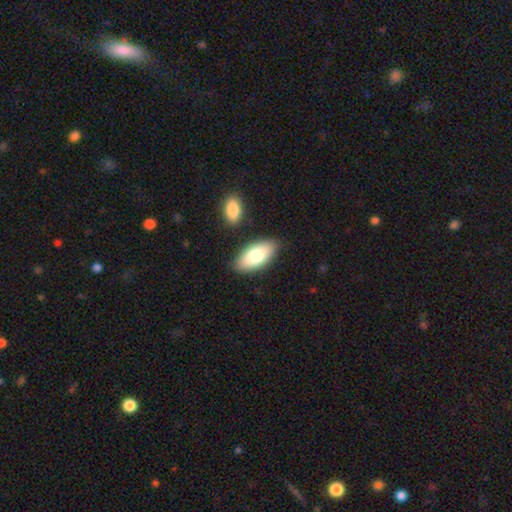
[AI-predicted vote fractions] Smooth or featured?
  - smooth: 80% *
  - featured or disk: 14%
  - star or artifact: 6%
How rounded?
  - in between: 90% *
  - cigar-shaped: 7%
  - round: 2%
Merging?
  - none: 83% *
  - minor disturbance: 10%
  - merger: 4%
  - major disturbance: 2%